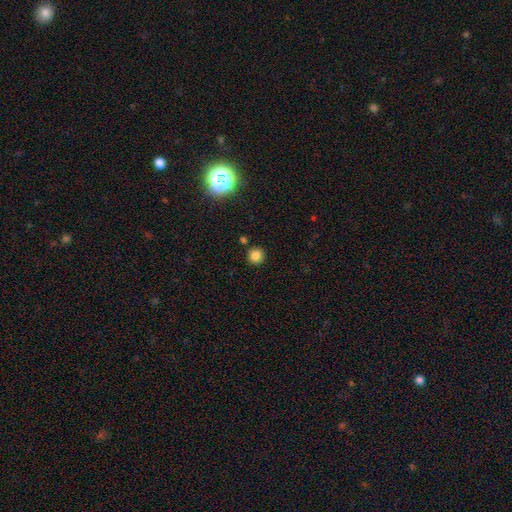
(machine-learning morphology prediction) Smooth or featured: smooth — 82% (star or artifact — 13%)
How rounded: round — 94% (in between — 5%)
Merging: none — 87% (minor disturbance — 7%)